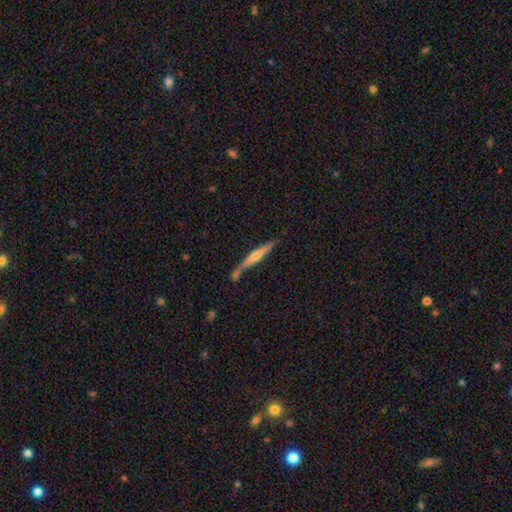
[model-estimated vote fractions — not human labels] featured or disk 64%, smooth 30%, star or artifact 6%. Down the decision tree: edge-on disk — yes (97%); edge-on bulge — rounded (75%); merging — none (74%).